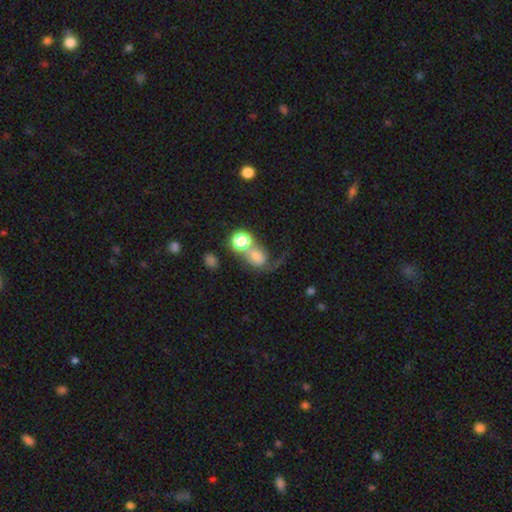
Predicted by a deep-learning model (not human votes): Smooth or featured? smooth (56%)
How rounded? round (60%)
Merging? merger (39%)